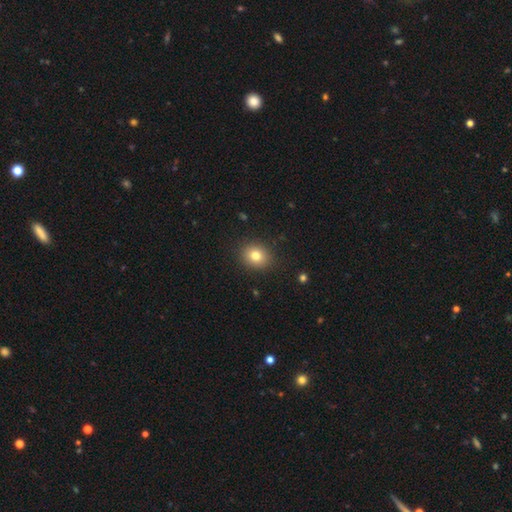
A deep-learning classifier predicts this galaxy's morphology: A smooth galaxy with no disk features (80%) that is round (70%). Merging: none (89%).